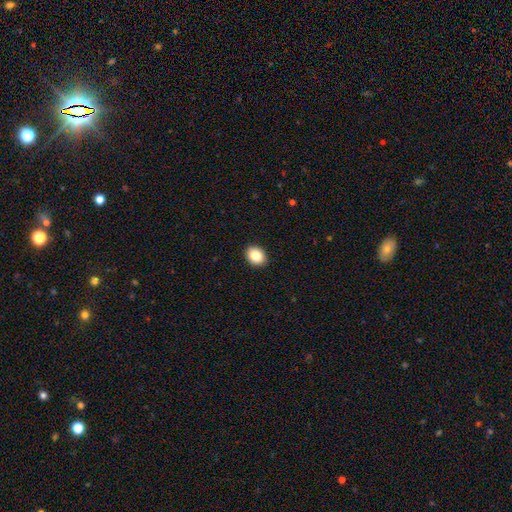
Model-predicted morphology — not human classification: A smooth galaxy with no disk features (84%) that is in between round and cigar-shaped (54%). Merging: none (92%).